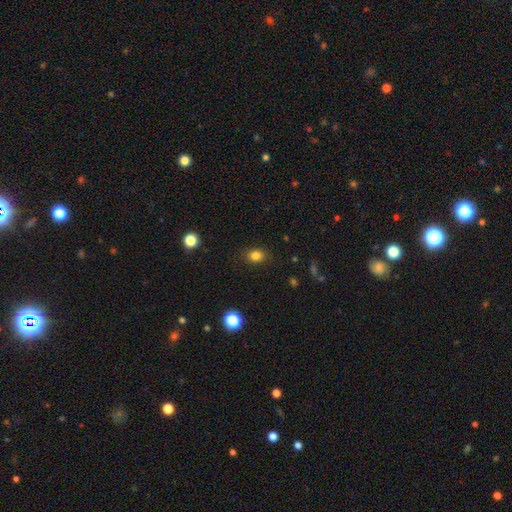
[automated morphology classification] A smooth galaxy with no disk features (82%) that is round (50%). Merging: none (86%).